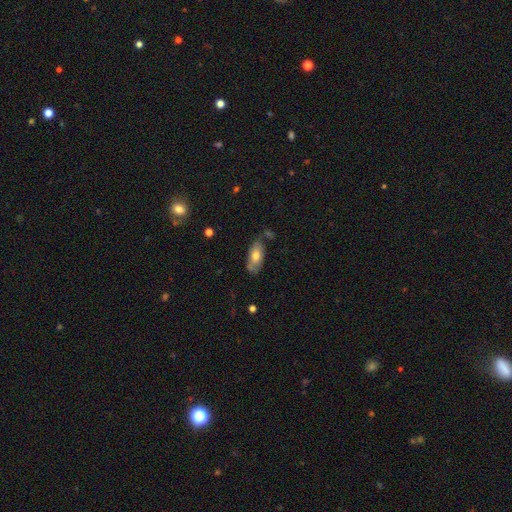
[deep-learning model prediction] Smooth or featured?
  - smooth: 68% *
  - featured or disk: 25%
  - star or artifact: 7%
How rounded?
  - in between: 87% *
  - cigar-shaped: 10%
  - round: 3%
Merging?
  - none: 65% *
  - minor disturbance: 23%
  - merger: 7%
  - major disturbance: 5%